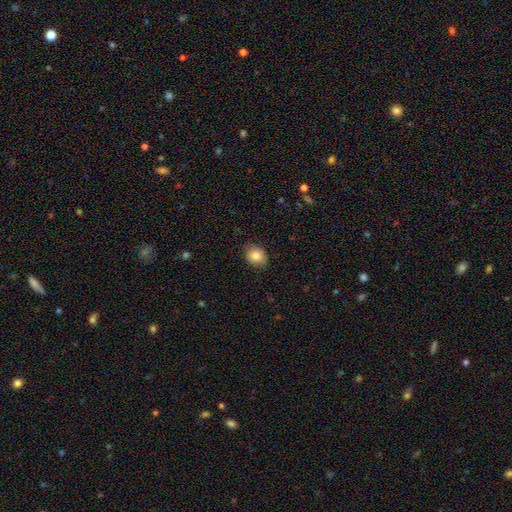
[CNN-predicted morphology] Smooth or featured? smooth (83%)
How rounded? round (50%)
Merging? none (79%)